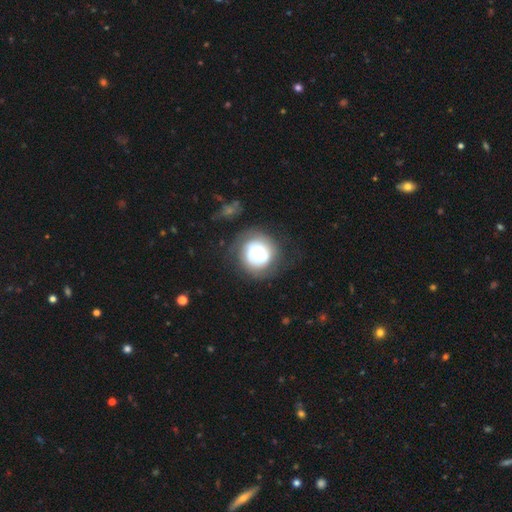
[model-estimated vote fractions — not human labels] A featured or disk galaxy (66%) with no bar (71%), 2 (52%) tight (65%) spiral arms (82%) and a moderate central bulge (54%).

Vote fractions:
- Smooth or featured? featured or disk: 66% / smooth: 27% / star or artifact: 7%
- Edge-on disk? no: 98% / yes: 2%
- Bar? no: 71% / weak: 23% / strong: 6%
- Spiral arms? yes: 82% / no: 18%
- Spiral winding? tight: 65% / medium: 24% / loose: 11%
- Spiral arm count? 2: 52% / can't tell: 27% / 1: 8% / 3: 8% / 4: 3% / more than 4: 3%
- Bulge size? moderate: 54% / small: 29% / large: 13% / dominant: 3% / none: 2%
- Merging? none: 71% / minor disturbance: 15% / major disturbance: 11% / merger: 2%